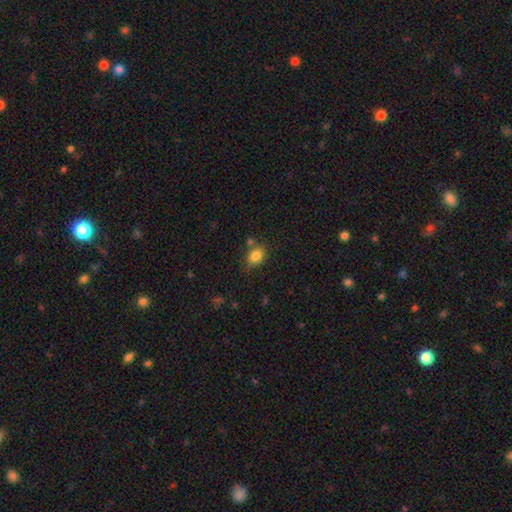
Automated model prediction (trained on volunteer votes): This appears to be a smooth galaxy with no disk features (83%) that is in between round and cigar-shaped (64%). Merging: none (68%).